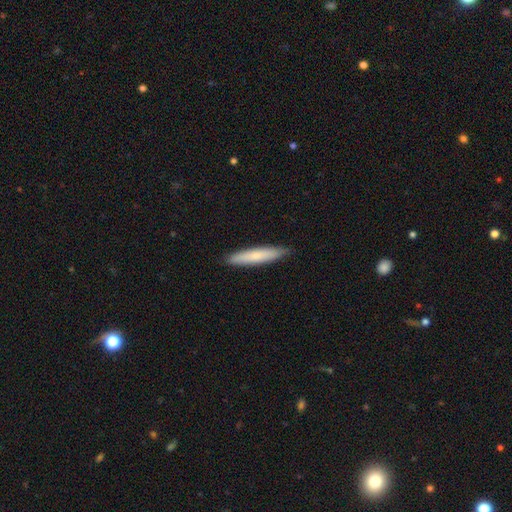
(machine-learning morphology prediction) Smooth or featured: smooth — 73% (featured or disk — 22%)
How rounded: cigar-shaped — 90% (in between — 9%)
Merging: none — 89% (minor disturbance — 9%)